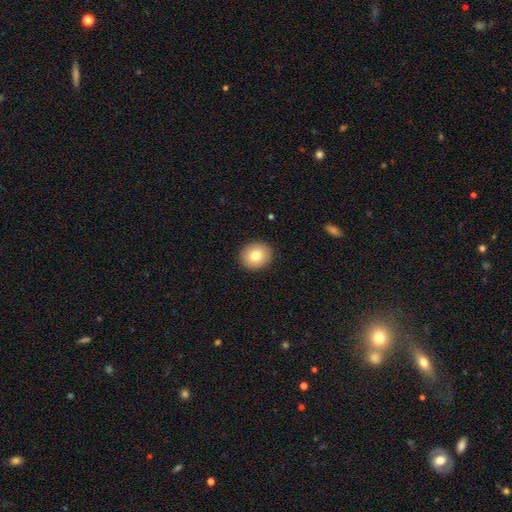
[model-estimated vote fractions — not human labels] The model was most divided on "how rounded": round: 74%, in between: 25%, cigar-shaped: 1%. More confident: merging — none (91%); smooth or featured — smooth (77%).